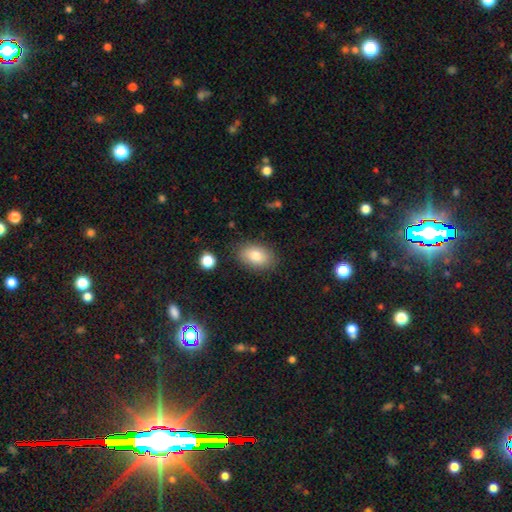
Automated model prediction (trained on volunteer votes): smooth 80%, featured or disk 12%, star or artifact 8%. Down the decision tree: how rounded — in between (89%); merging — none (84%).